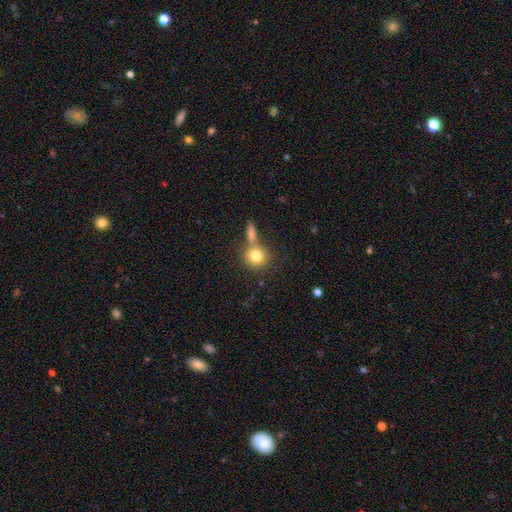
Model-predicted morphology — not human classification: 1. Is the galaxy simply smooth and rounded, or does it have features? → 80% smooth, 11% featured or disk, 10% star or artifact.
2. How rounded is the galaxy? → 86% round, 13% in between, 1% cigar-shaped.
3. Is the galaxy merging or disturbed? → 53% none, 33% merger, 10% minor disturbance, 4% major disturbance.